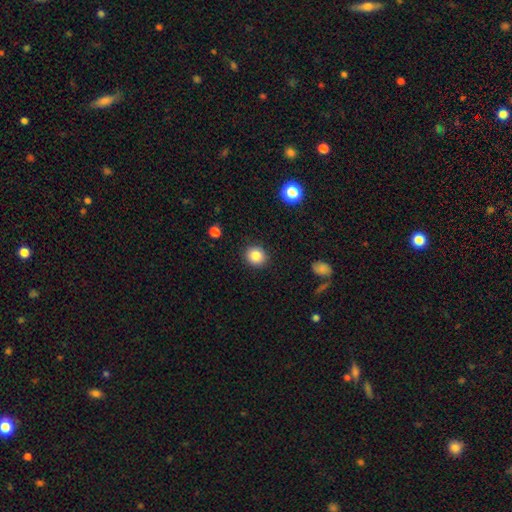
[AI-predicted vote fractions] smooth 84%, star or artifact 10%, featured or disk 6%. Down the decision tree: how rounded — round (84%); merging — none (91%).